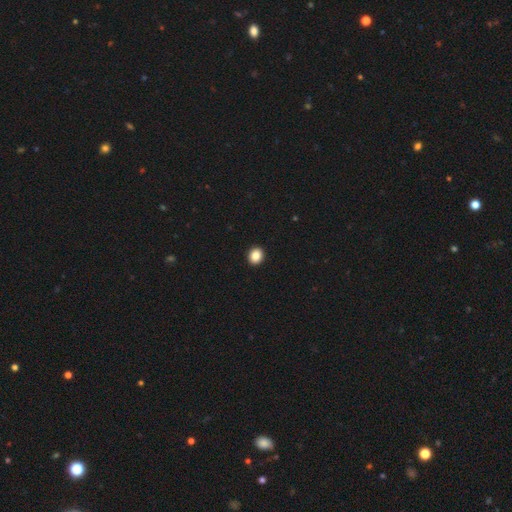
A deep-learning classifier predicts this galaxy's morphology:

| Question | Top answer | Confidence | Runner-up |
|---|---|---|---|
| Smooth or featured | smooth | 86% | star or artifact (9%) |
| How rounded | round | 68% | in between (31%) |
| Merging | none | 93% | minor disturbance (4%) |